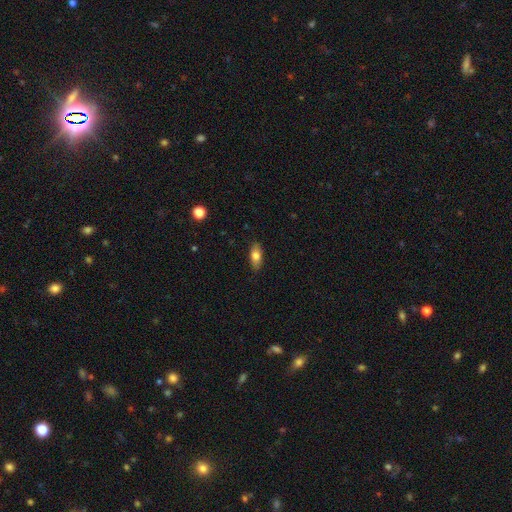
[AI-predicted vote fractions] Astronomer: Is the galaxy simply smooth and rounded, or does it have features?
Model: smooth — 75%.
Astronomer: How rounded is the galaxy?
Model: in between — 82%.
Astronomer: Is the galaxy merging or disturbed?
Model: none — 86%.